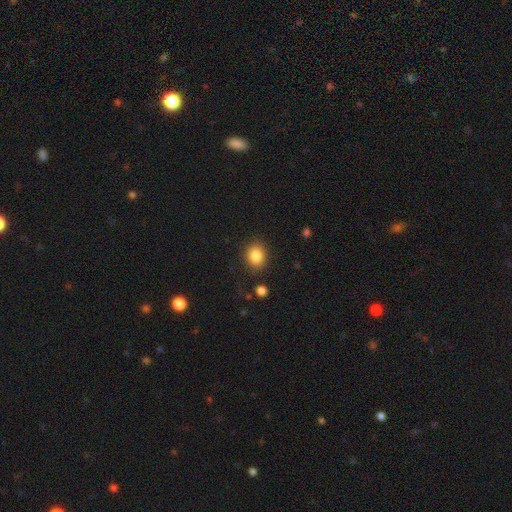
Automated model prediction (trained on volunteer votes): Q: Smooth or featured?
A: smooth (86%); runner-up: star or artifact (9%)
Q: How rounded?
A: round (58%); runner-up: in between (41%)
Q: Merging?
A: none (86%); runner-up: minor disturbance (9%)